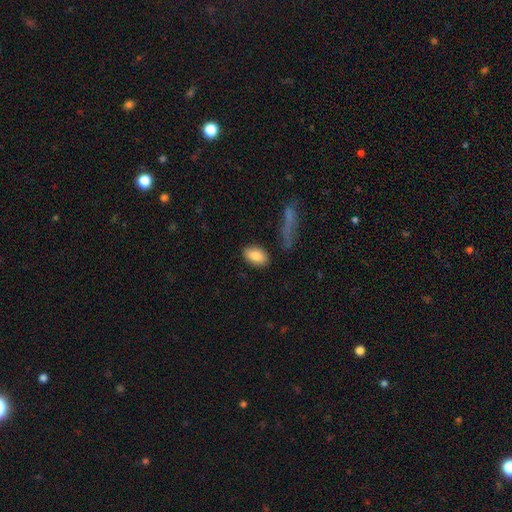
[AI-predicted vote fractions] Smooth or featured: smooth — 84% (featured or disk — 10%)
How rounded: in between — 89% (round — 7%)
Merging: none — 83% (minor disturbance — 11%)